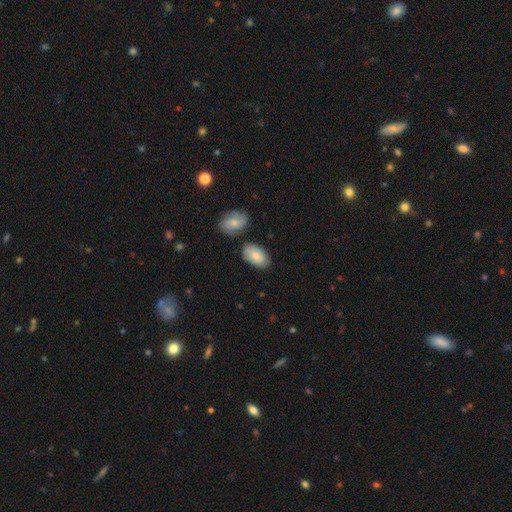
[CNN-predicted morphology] Smooth or featured? Predicted: smooth (p=0.82). How rounded? Predicted: in between (p=0.93). Merging? Predicted: none (p=0.73).